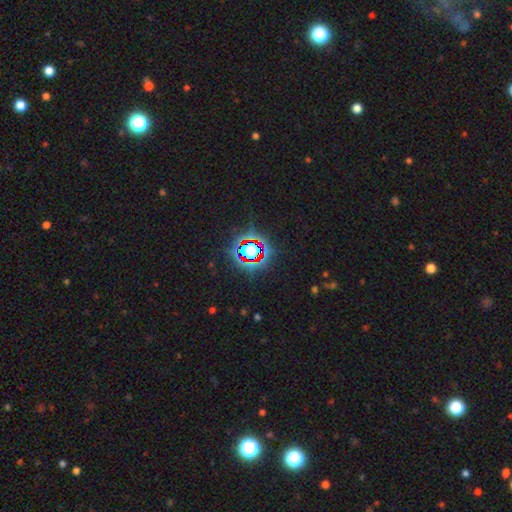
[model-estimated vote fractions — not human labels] Smooth or featured? star or artifact (76%)